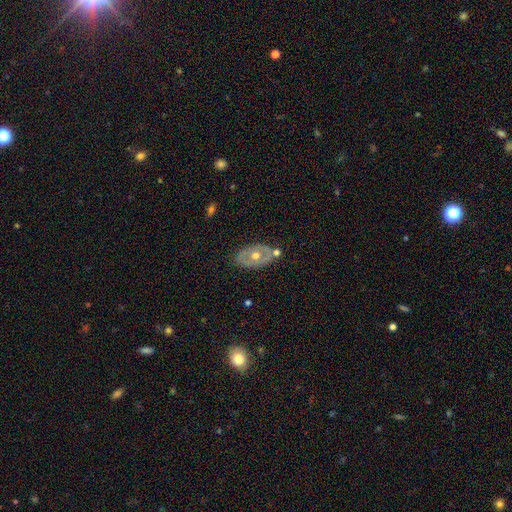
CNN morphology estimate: Q: Smooth or featured?
A: featured or disk (61%); runner-up: smooth (32%)
Q: Edge-on disk?
A: no (88%); runner-up: yes (12%)
Q: Bar?
A: no (90%); runner-up: weak (8%)
Q: Spiral arms?
A: no (85%); runner-up: yes (15%)
Q: Bulge size?
A: moderate (76%); runner-up: small (18%)
Q: Merging?
A: none (74%); runner-up: minor disturbance (16%)